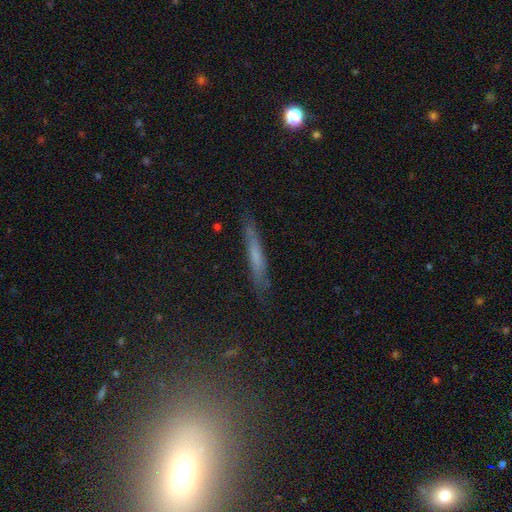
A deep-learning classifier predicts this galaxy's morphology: Smooth or featured? smooth (47%)
Merging? none (82%)